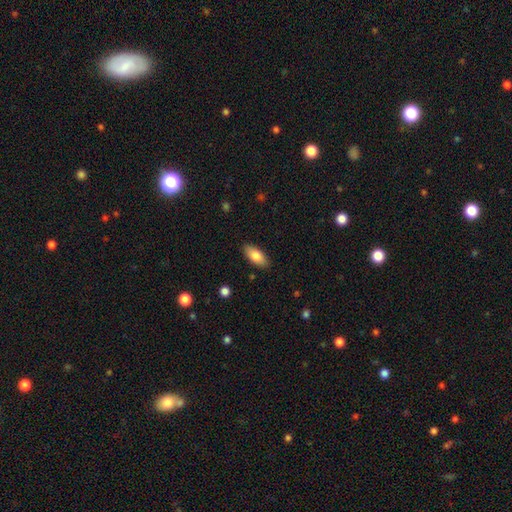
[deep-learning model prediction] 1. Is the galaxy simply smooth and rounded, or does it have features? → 82% smooth, 12% featured or disk, 6% star or artifact.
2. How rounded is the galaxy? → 86% in between, 12% cigar-shaped, 2% round.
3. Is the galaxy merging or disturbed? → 88% none, 9% minor disturbance, 2% major disturbance, 1% merger.